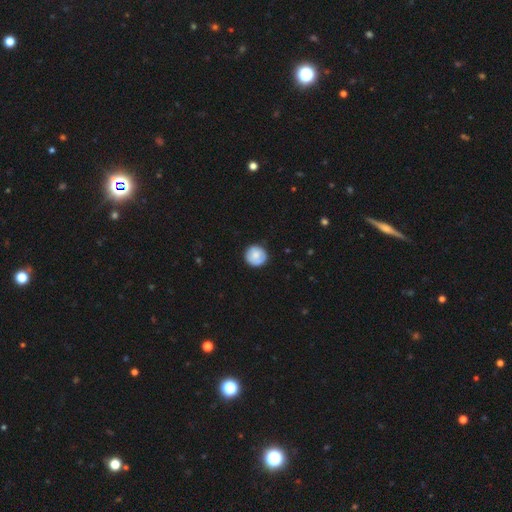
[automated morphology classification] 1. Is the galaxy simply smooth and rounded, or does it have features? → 75% smooth, 19% featured or disk, 7% star or artifact.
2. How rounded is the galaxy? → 93% round, 6% in between, 1% cigar-shaped.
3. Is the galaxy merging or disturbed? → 82% none, 14% minor disturbance, 3% major disturbance, 1% merger.